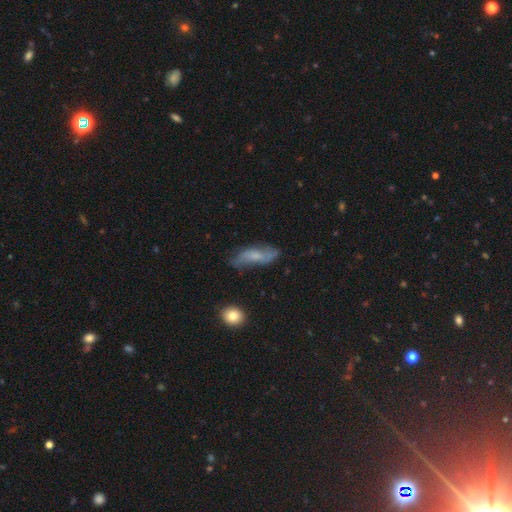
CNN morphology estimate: Q: Smooth or featured?
A: featured or disk (56%); runner-up: smooth (36%)
Q: Edge-on disk?
A: no (85%); runner-up: yes (15%)
Q: Merging?
A: none (62%); runner-up: minor disturbance (25%)